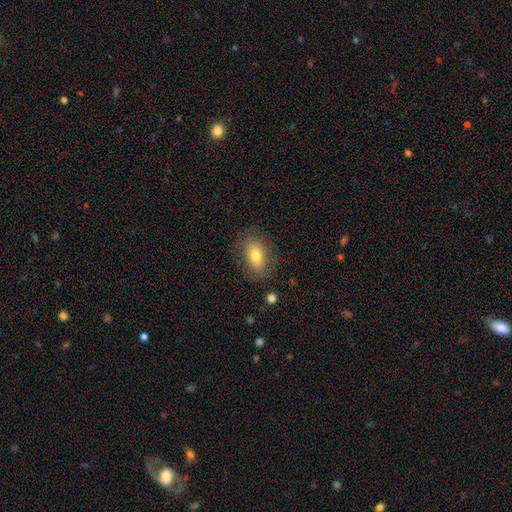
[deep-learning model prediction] Q: Smooth or featured?
A: smooth (75%); runner-up: featured or disk (16%)
Q: How rounded?
A: in between (86%); runner-up: round (12%)
Q: Merging?
A: none (82%); runner-up: minor disturbance (13%)